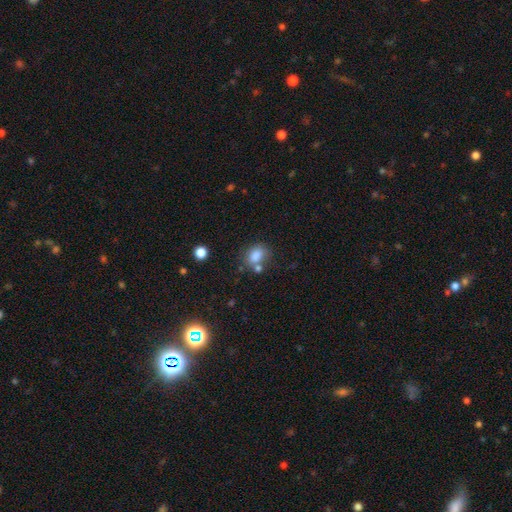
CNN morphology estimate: smooth 82%, star or artifact 11%, featured or disk 8%. Down the decision tree: how rounded — in between (62%); merging — none (57%).